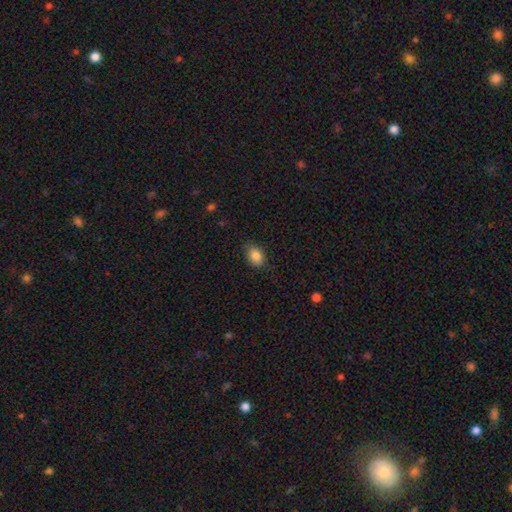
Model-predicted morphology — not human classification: smooth_or_featured: smooth (p=0.86) [alt: star or artifact p=0.09]
how_rounded: in between (p=0.76) [alt: round p=0.23]
merging: none (p=0.80) [alt: minor disturbance p=0.16]